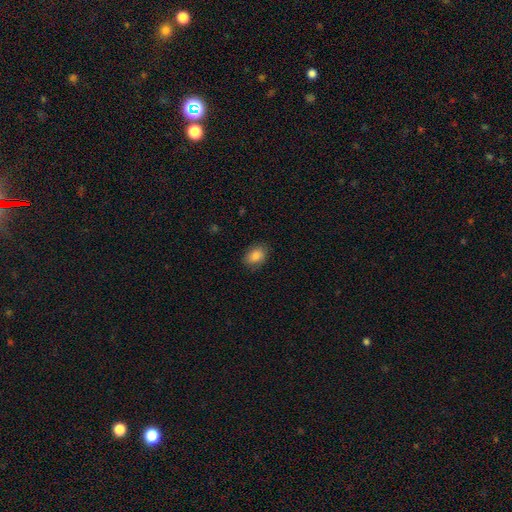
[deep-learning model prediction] A smooth galaxy with no disk features (86%) that is in between round and cigar-shaped (79%). Merging: none (84%).